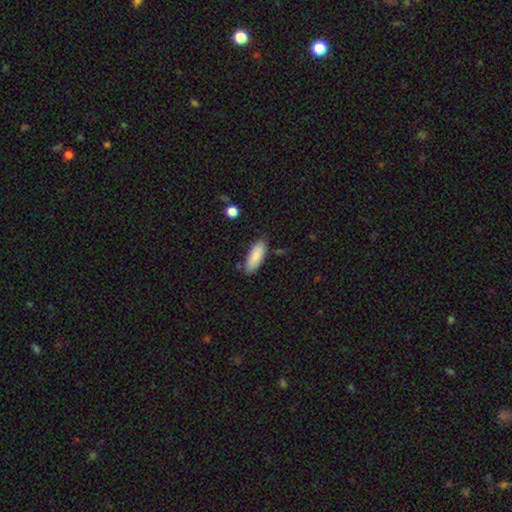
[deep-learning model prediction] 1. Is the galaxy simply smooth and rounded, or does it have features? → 87% smooth, 7% featured or disk, 6% star or artifact.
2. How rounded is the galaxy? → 69% in between, 29% cigar-shaped, 2% round.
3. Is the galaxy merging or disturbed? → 82% none, 13% minor disturbance, 3% major disturbance, 3% merger.